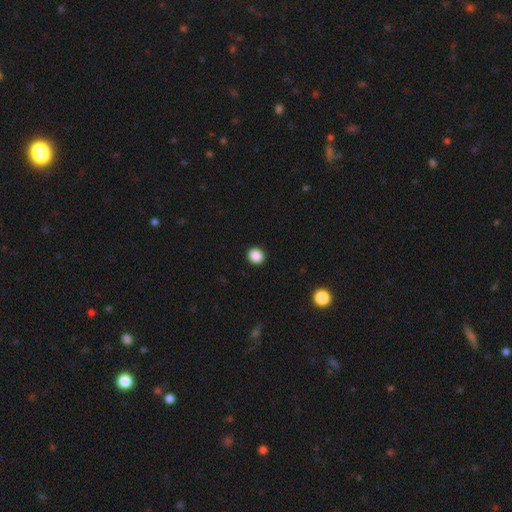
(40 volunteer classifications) Volunteers were most divided on "how rounded": round: 86%, in between: 11%, cigar-shaped: 3%. More confident: merging — none (92%); smooth or featured — smooth (90%).